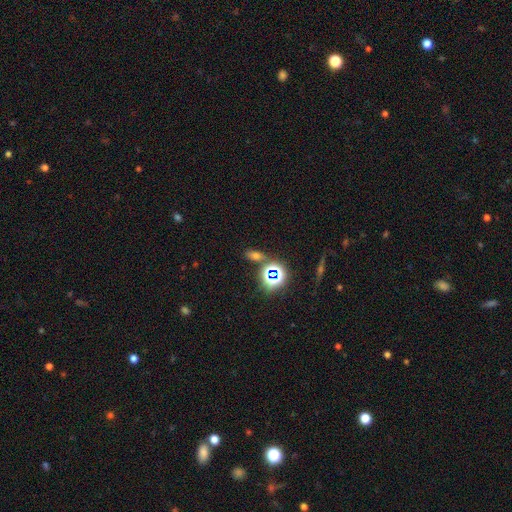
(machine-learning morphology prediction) This is possibly a smooth galaxy (52%). How rounded: likely in between (72%). Merging: likely none (76%).